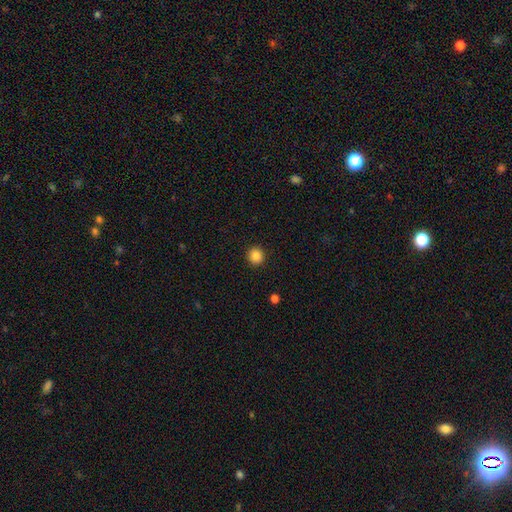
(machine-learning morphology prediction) smooth-or-featured: smooth: 85% | star or artifact: 10% | featured or disk: 4%
  how-rounded: round: 94% | in between: 5% | cigar-shaped: 1%
  merging: none: 93% | minor disturbance: 5% | major disturbance: 2% | merger: 1%